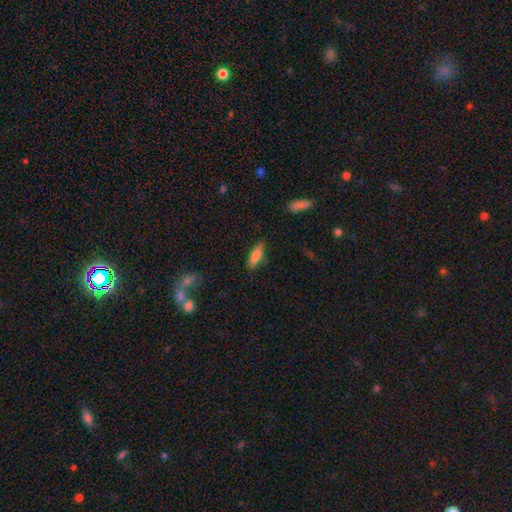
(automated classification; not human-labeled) smooth-or-featured: smooth: 79% | featured or disk: 15% | star or artifact: 7%
  how-rounded: in between: 60% | cigar-shaped: 38% | round: 2%
  merging: none: 80% | minor disturbance: 15% | major disturbance: 3% | merger: 2%